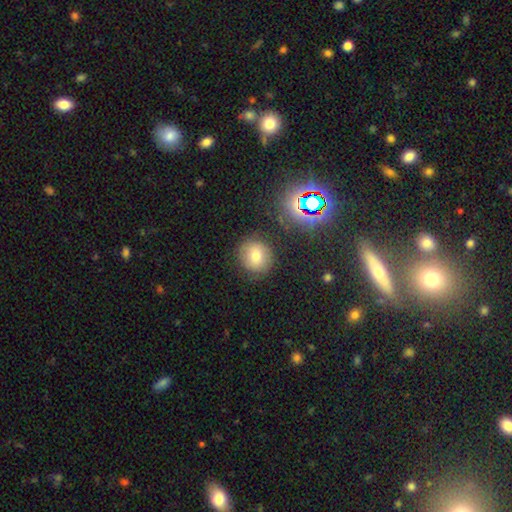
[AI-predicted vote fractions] Smooth or featured: smooth — 68% (star or artifact — 16%)
How rounded: round — 87% (in between — 12%)
Merging: none — 84% (minor disturbance — 10%)